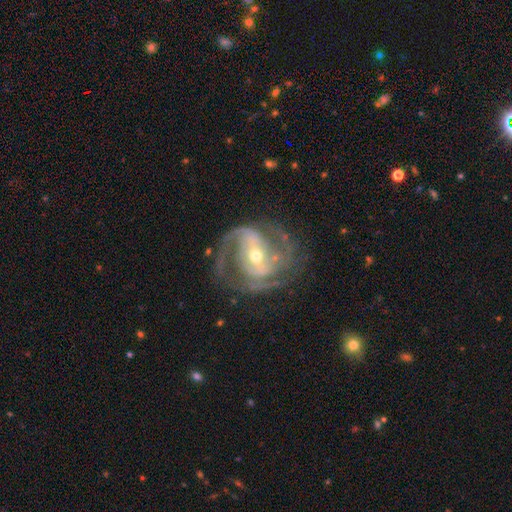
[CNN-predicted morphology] This appears to be a featured or disk galaxy (90%) with a strong bar (40%), 2 (56%) medium (51%) spiral arms (97%) and a small central bulge (52%). Merging: none (67%).